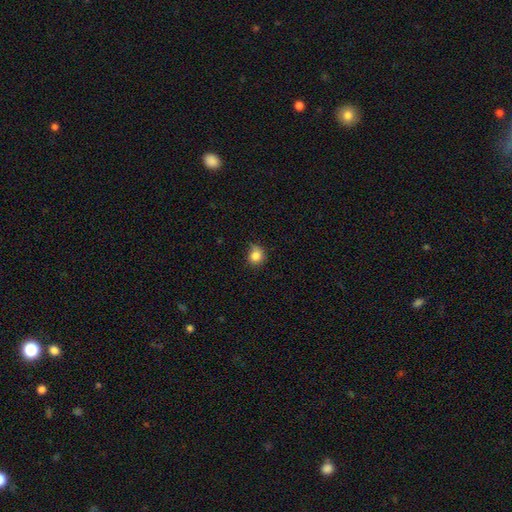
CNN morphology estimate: The model was most divided on "merging": none: 63%, minor disturbance: 29%, major disturbance: 6%, merger: 2%. More confident: smooth or featured — smooth (83%); how rounded — round (80%).